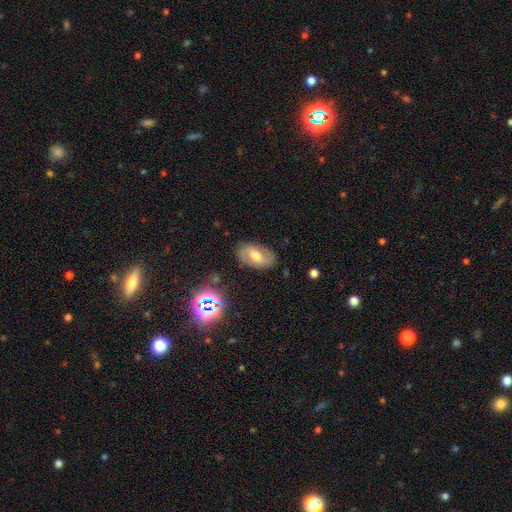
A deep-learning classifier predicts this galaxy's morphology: smooth_or_featured: featured or disk (p=0.55) [alt: smooth p=0.34]
disk_edge_on: no (p=0.93) [alt: yes p=0.07]
bar: weak (p=0.45) [alt: no p=0.31]
has_spiral_arms: yes (p=0.75) [alt: no p=0.25]
bulge_size: moderate (p=0.68) [alt: small p=0.21]
merging: none (p=0.82) [alt: minor disturbance p=0.13]